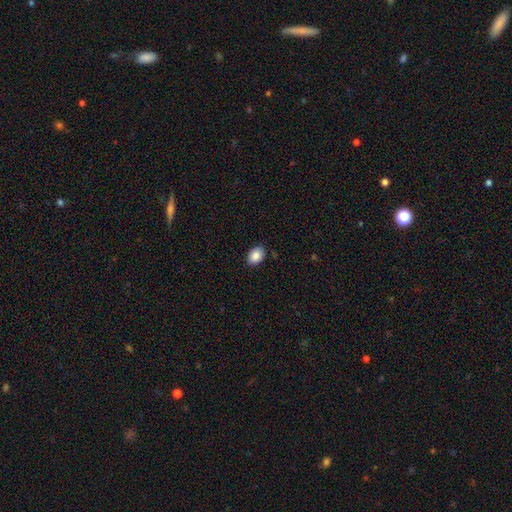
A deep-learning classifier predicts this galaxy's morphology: smooth 88%, star or artifact 8%, featured or disk 5%. Down the decision tree: how rounded — in between (77%); merging — none (87%).